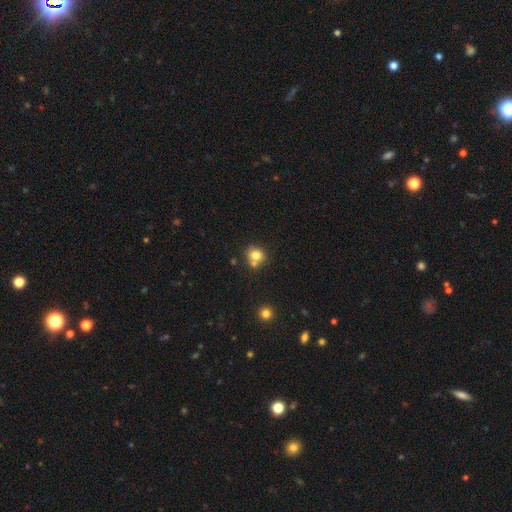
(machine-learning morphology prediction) smooth-or-featured: smooth: 77% | star or artifact: 12% | featured or disk: 12%
  how-rounded: round: 78% | in between: 21% | cigar-shaped: 1%
  merging: none: 54% | merger: 32% | minor disturbance: 11% | major disturbance: 3%